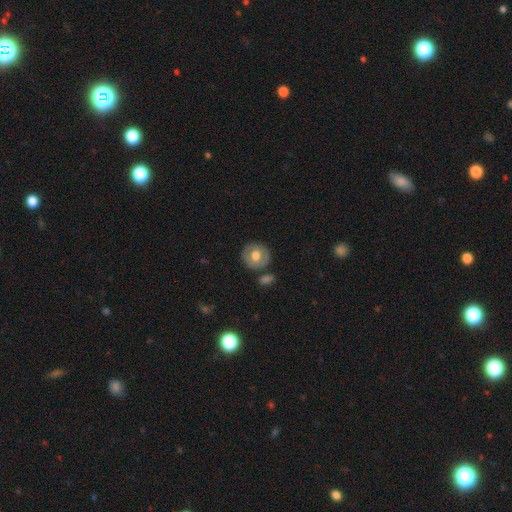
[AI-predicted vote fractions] Smooth or featured: smooth — 61% (featured or disk — 32%)
How rounded: round — 89% (in between — 10%)
Merging: none — 81% (minor disturbance — 11%)